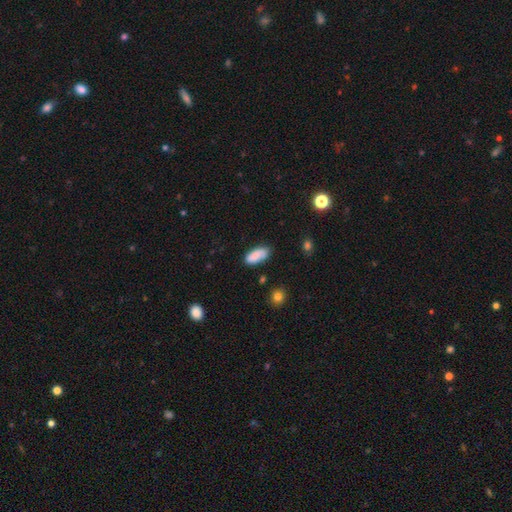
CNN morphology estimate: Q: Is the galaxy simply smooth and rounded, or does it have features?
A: smooth — 85%.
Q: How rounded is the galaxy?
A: in between — 86%.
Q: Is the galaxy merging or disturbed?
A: none — 73%.